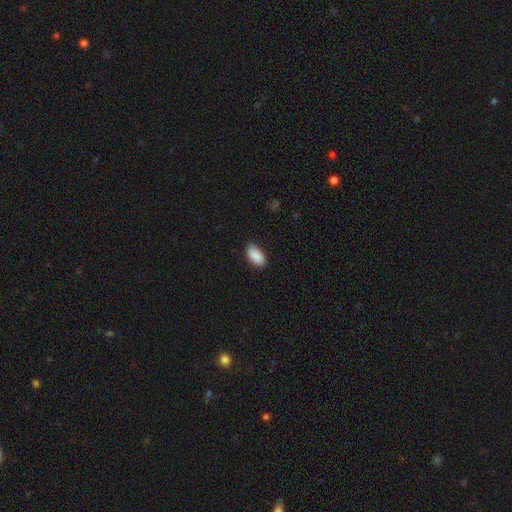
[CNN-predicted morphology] A smooth galaxy with no disk features (89%) that is in between round and cigar-shaped (93%).

Vote fractions:
- Smooth or featured? smooth: 89% / star or artifact: 6% / featured or disk: 4%
- How rounded? in between: 93% / cigar-shaped: 4% / round: 3%
- Merging? none: 85% / minor disturbance: 12% / major disturbance: 2% / merger: 1%